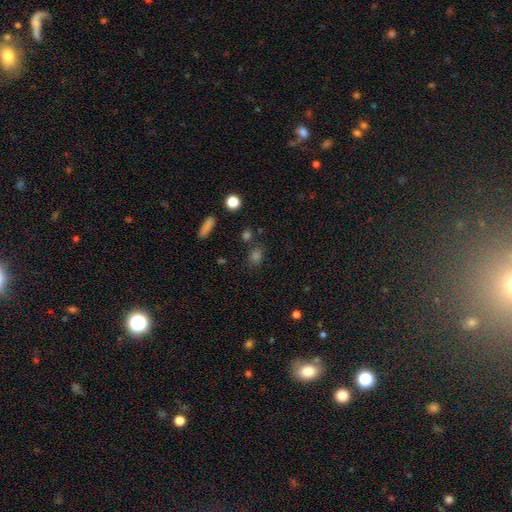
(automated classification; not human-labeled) smooth 68%, star or artifact 25%, featured or disk 7%. Down the decision tree: how rounded — round (53%); merging — none (79%).